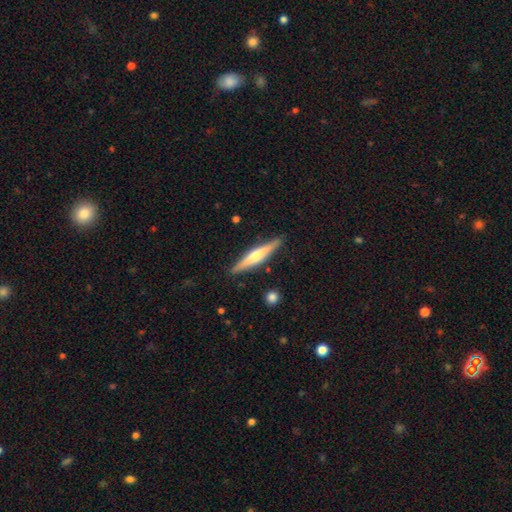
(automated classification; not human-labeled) Smooth or featured? featured or disk (62%)
Edge-on disk? yes (97%)
Edge-on bulge? rounded (79%)
Merging? none (89%)